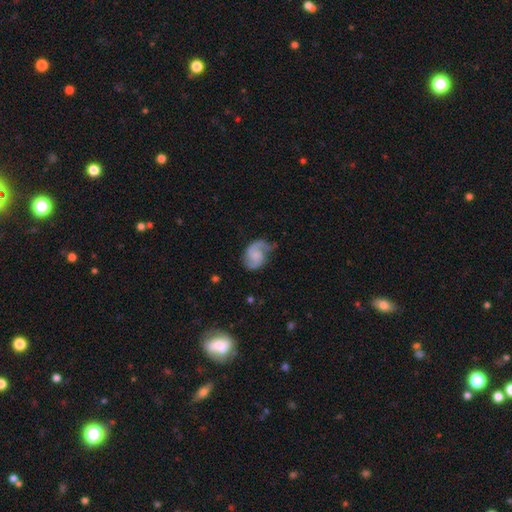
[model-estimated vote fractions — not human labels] The model was most divided on "bulge size": none: 45%, small: 30%, moderate: 19%, large: 5%, dominant: 1%. More confident: edge-on disk — no (98%); spiral arms — yes (97%); spiral arm count — 2 (87%); smooth or featured — featured or disk (82%); merging — none (66%); bar — no (60%); spiral winding — medium (51%).